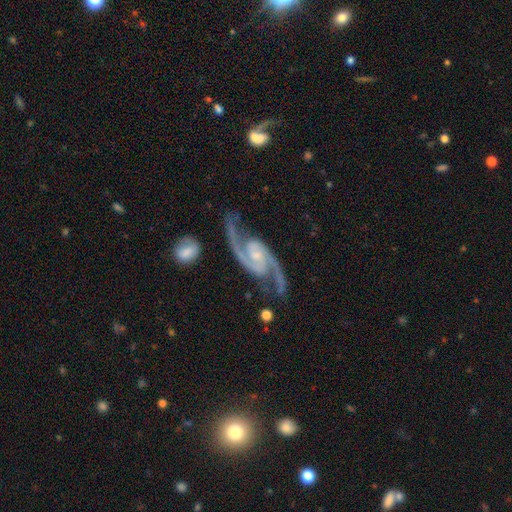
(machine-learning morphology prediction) Smooth or featured? featured or disk (94%)
Edge-on disk? no (97%)
Bar? no (50%)
Spiral arms? yes (99%)
Spiral winding? medium (59%)
Spiral arm count? 2 (94%)
Bulge size? small (61%)
Merging? none (74%)